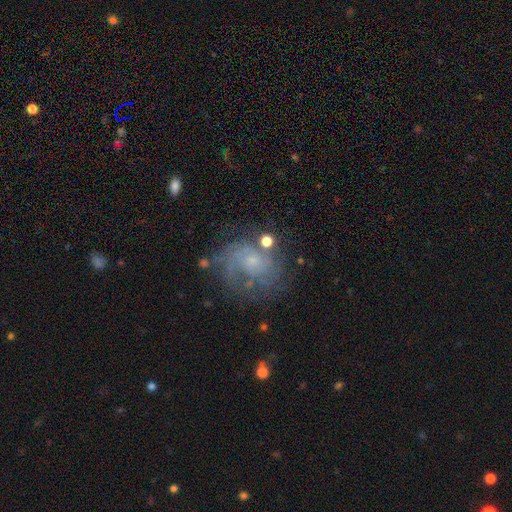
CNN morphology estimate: Overall: featured or disk (58%; smooth 25%). Edge-on disk: no (97%). Bar: no (74%). Spiral arms: yes (77%). Bulge size: small (62%). Merging: none (61%).